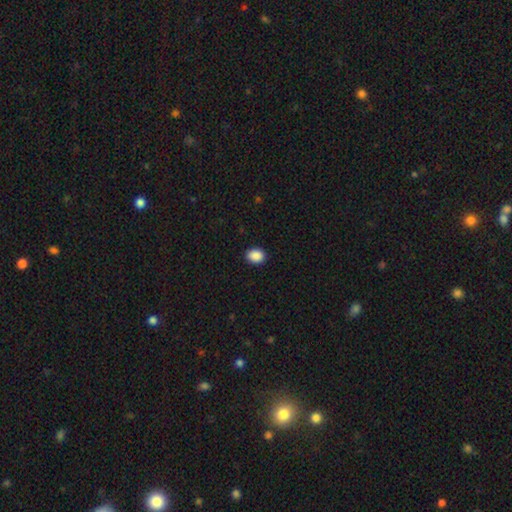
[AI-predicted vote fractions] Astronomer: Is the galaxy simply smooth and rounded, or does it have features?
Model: smooth — 89%.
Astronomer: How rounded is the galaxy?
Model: in between — 59% (runner-up: round, 40%).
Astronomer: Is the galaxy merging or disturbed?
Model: none — 90%.